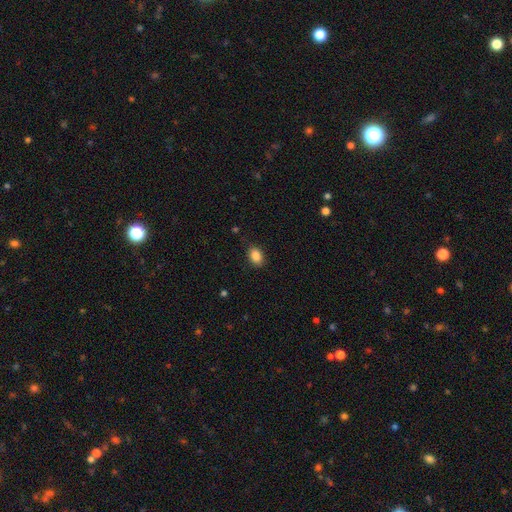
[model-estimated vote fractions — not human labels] The model was most divided on "how rounded": in between: 79%, round: 20%, cigar-shaped: 1%. More confident: smooth or featured — smooth (88%); merging — none (84%).